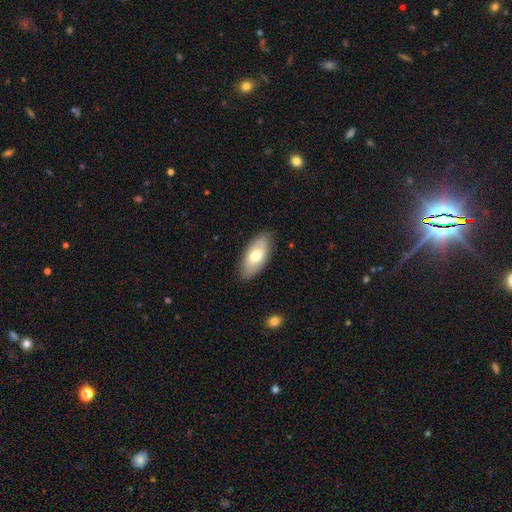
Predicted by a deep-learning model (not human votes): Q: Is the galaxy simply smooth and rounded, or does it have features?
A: smooth — 63%.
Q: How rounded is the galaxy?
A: in between — 91%.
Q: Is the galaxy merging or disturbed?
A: none — 85%.